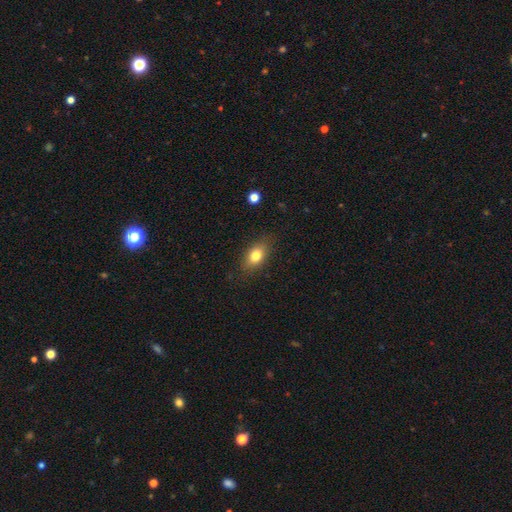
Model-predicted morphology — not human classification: Smooth or featured? Predicted: smooth (p=0.78). How rounded? Predicted: in between (p=0.80). Merging? Predicted: none (p=0.83).